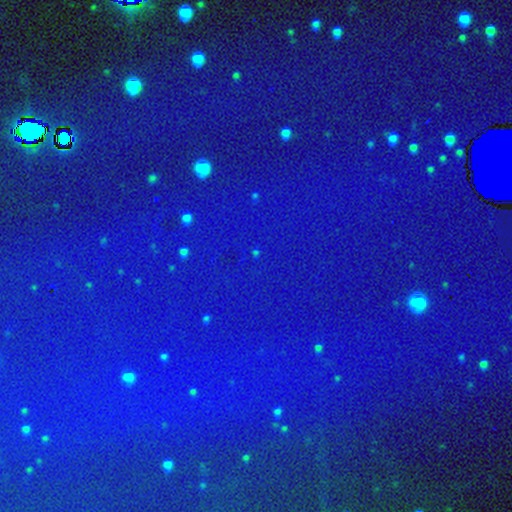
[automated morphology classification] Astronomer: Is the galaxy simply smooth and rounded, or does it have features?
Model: star or artifact — 79%.